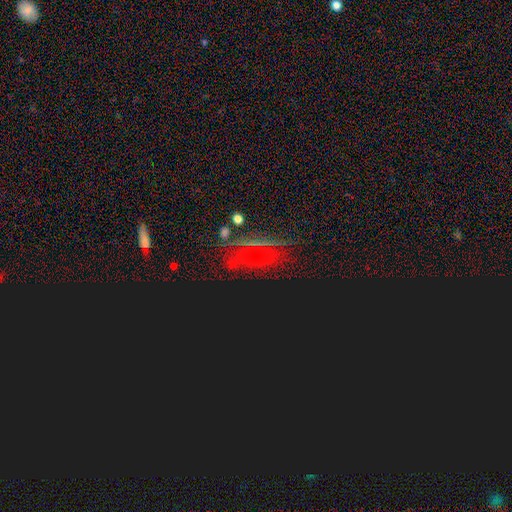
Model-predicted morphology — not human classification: Smooth or featured? star or artifact (41%)